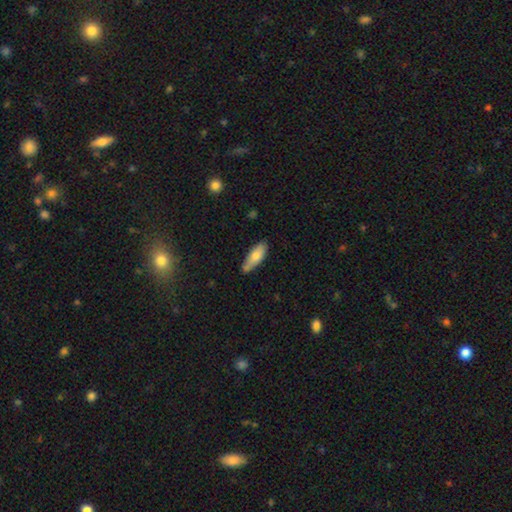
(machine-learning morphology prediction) This is likely a smooth galaxy (74%). How rounded: likely in between (66%). Merging: likely none (67%).